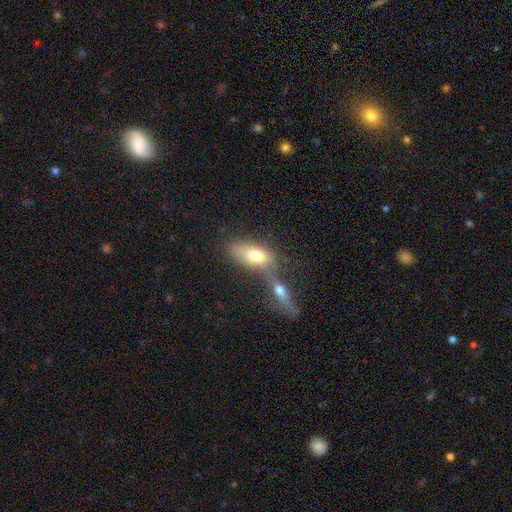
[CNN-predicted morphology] Smooth or featured? smooth (68%)
How rounded? in between (83%)
Merging? merger (48%)